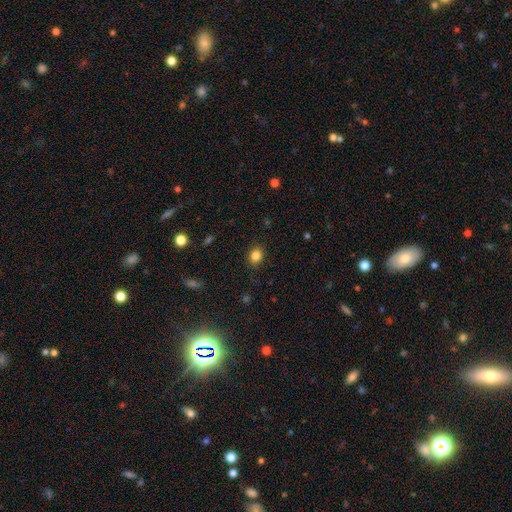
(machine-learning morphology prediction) This is clearly a smooth galaxy (84%). How rounded: possibly round (53%). Merging: clearly none (87%).